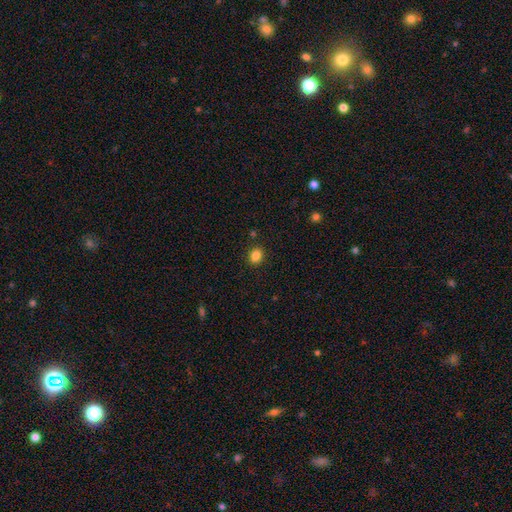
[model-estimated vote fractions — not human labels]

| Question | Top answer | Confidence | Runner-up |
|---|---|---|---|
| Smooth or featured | smooth | 85% | star or artifact (11%) |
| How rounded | round | 54% | in between (45%) |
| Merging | none | 89% | minor disturbance (7%) |